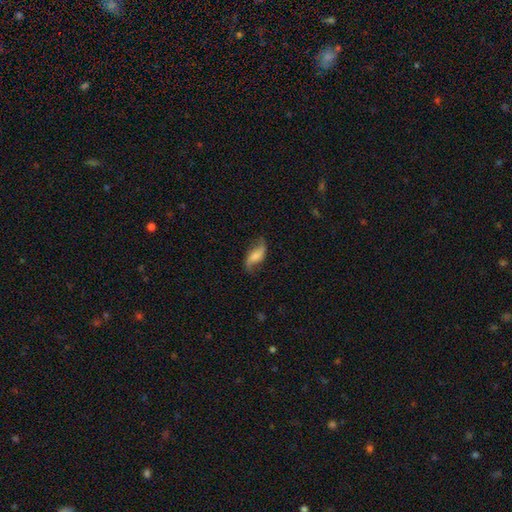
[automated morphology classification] Smooth or featured? featured or disk (71%)
Edge-on disk? no (93%)
Bar? no (47%)
Spiral arms? yes (94%)
Spiral winding? loose (84%)
Spiral arm count? 2 (92%)
Bulge size? none (35%)
Merging? none (74%)